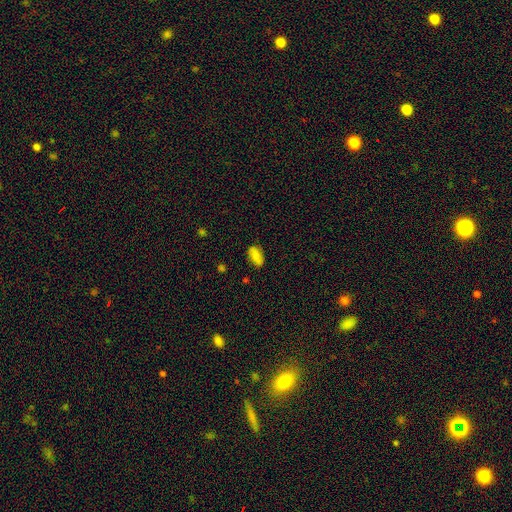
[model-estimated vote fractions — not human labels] The model was most divided on "merging": none: 80%, minor disturbance: 15%, major disturbance: 3%, merger: 1%. More confident: how rounded — in between (92%); smooth or featured — smooth (80%).